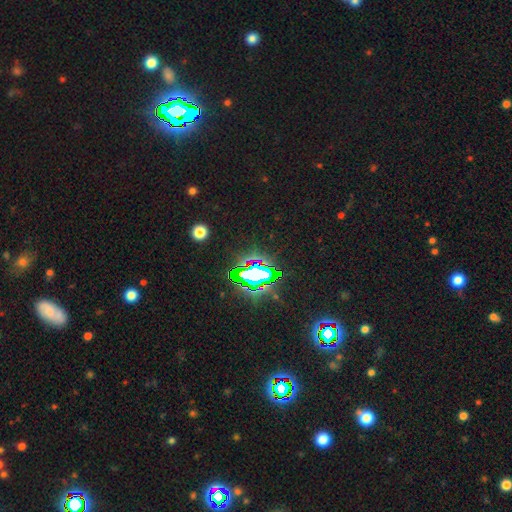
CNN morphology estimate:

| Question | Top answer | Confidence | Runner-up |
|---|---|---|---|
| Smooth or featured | star or artifact | 84% | smooth (9%) |